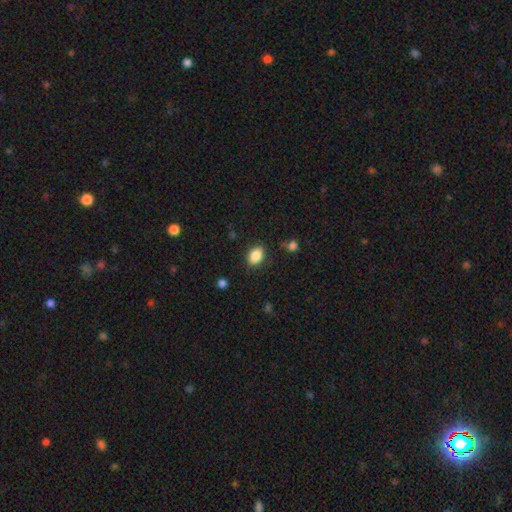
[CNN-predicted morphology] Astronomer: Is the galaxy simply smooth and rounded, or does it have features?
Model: smooth — 87%.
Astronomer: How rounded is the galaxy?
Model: in between — 80%.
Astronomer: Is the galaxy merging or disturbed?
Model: none — 82%.